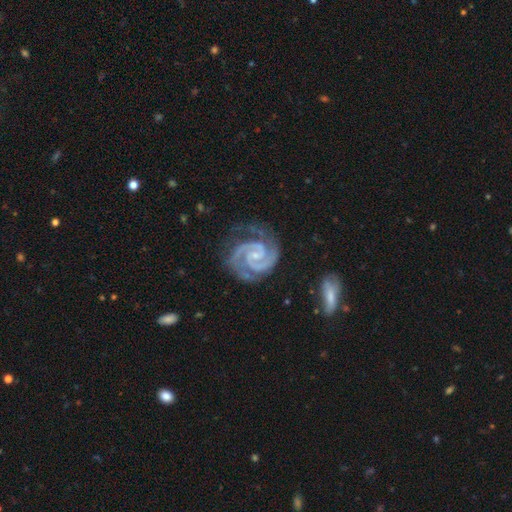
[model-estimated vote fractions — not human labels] Smooth or featured? Predicted: featured or disk (p=0.94). Edge-on disk? Predicted: no (p=0.98). Bar? Predicted: no (p=0.49). Spiral arms? Predicted: yes (p=0.99). Spiral winding? Predicted: tight (p=0.61). Spiral arm count? Predicted: 2 (p=0.89). Bulge size? Predicted: small (p=0.71). Merging? Predicted: none (p=0.71).